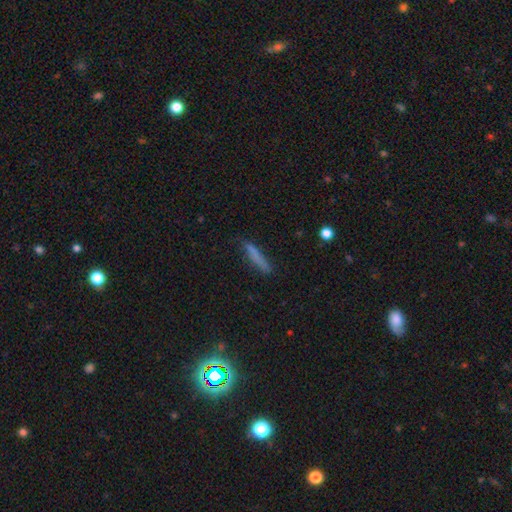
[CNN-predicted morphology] This appears to be a smooth galaxy with no disk features (71%) that is cigar-shaped (91%). Merging: none (74%).